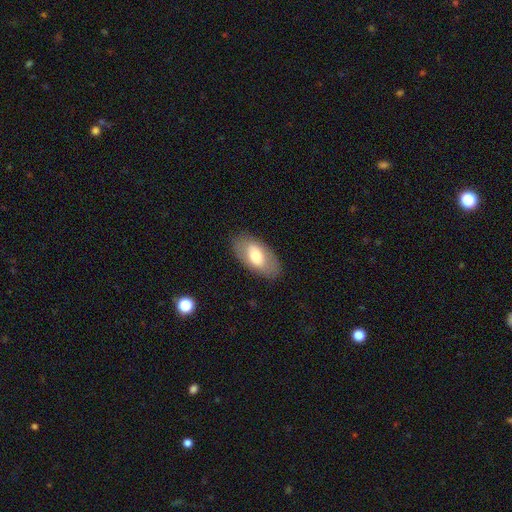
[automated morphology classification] Smooth or featured? smooth (64%)
How rounded? in between (93%)
Merging? none (84%)